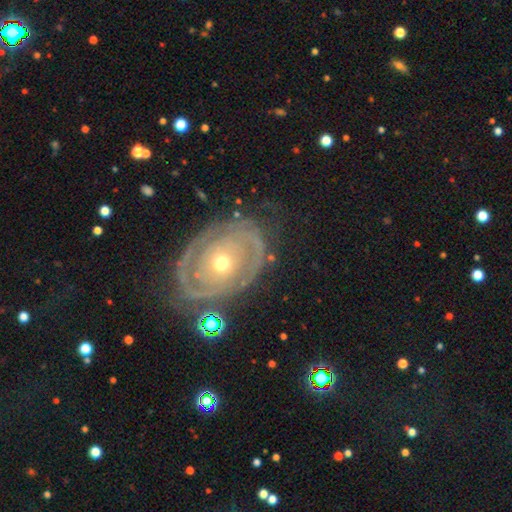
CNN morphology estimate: smooth_or_featured: featured or disk (p=0.86) [alt: smooth p=0.08]
disk_edge_on: no (p=0.96) [alt: yes p=0.04]
bar: no (p=0.83) [alt: weak p=0.11]
has_spiral_arms: yes (p=0.87) [alt: no p=0.13]
spiral_winding: tight (p=0.77) [alt: medium p=0.18]
spiral_arm_count: 2 (p=0.47) [alt: can't tell p=0.24]
bulge_size: moderate (p=0.50) [alt: small p=0.46]
merging: none (p=0.77) [alt: minor disturbance p=0.14]